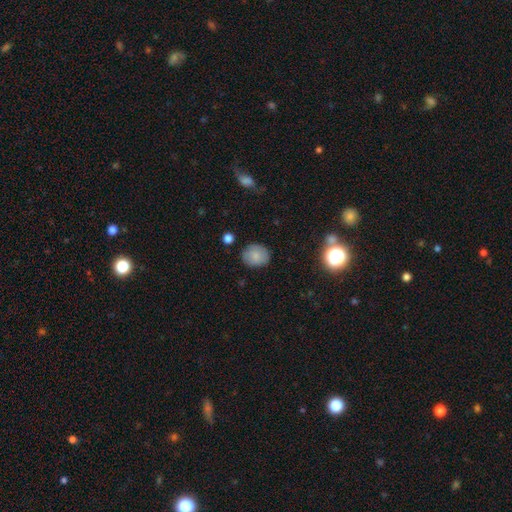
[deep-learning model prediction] Smooth or featured?
  - smooth: 83% *
  - star or artifact: 9%
  - featured or disk: 8%
How rounded?
  - round: 69% *
  - in between: 30%
  - cigar-shaped: 1%
Merging?
  - none: 83% *
  - minor disturbance: 12%
  - major disturbance: 3%
  - merger: 2%